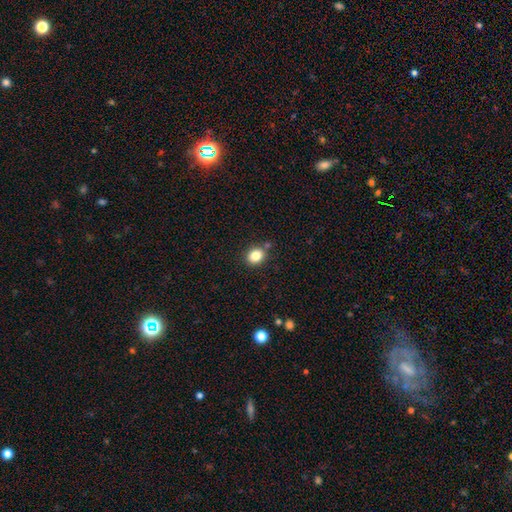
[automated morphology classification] smooth_or_featured: smooth (p=0.84) [alt: star or artifact p=0.10]
how_rounded: round (p=0.61) [alt: in between p=0.38]
merging: none (p=0.81) [alt: minor disturbance p=0.11]